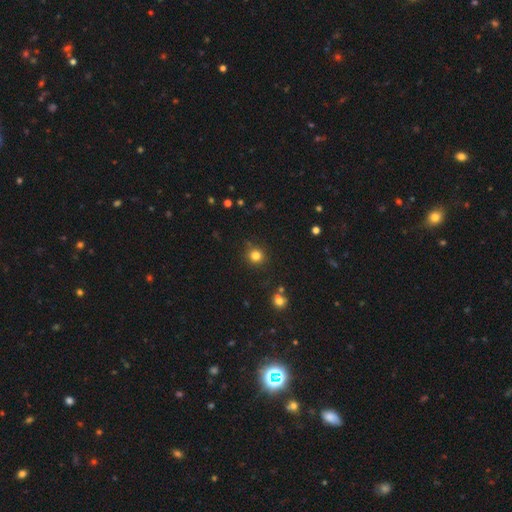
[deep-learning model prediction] A smooth galaxy with no disk features (81%) that is round (92%).

Vote fractions:
- Smooth or featured? smooth: 81% / star or artifact: 14% / featured or disk: 5%
- How rounded? round: 92% / in between: 7% / cigar-shaped: 1%
- Merging? none: 87% / minor disturbance: 8% / merger: 3% / major disturbance: 3%